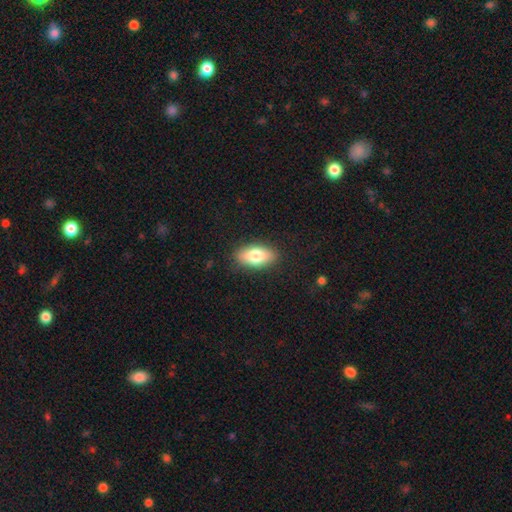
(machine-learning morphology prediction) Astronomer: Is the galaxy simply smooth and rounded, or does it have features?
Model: smooth — 78%.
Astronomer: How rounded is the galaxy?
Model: in between — 90%.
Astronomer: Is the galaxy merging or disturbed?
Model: none — 87%.